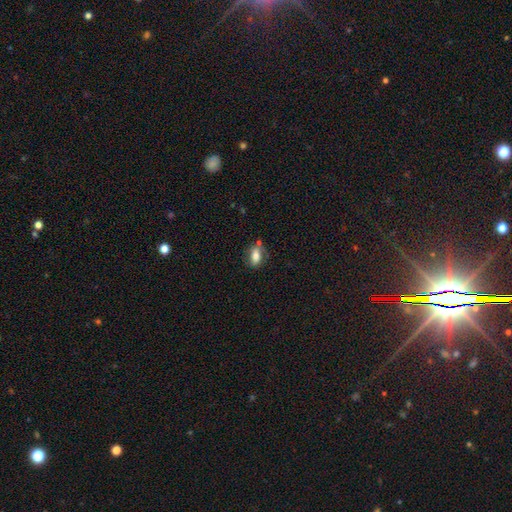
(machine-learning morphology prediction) Smooth or featured?
  - smooth: 67% *
  - featured or disk: 25%
  - star or artifact: 9%
How rounded?
  - in between: 81% *
  - round: 11%
  - cigar-shaped: 8%
Merging?
  - none: 61% *
  - minor disturbance: 22%
  - merger: 10%
  - major disturbance: 7%